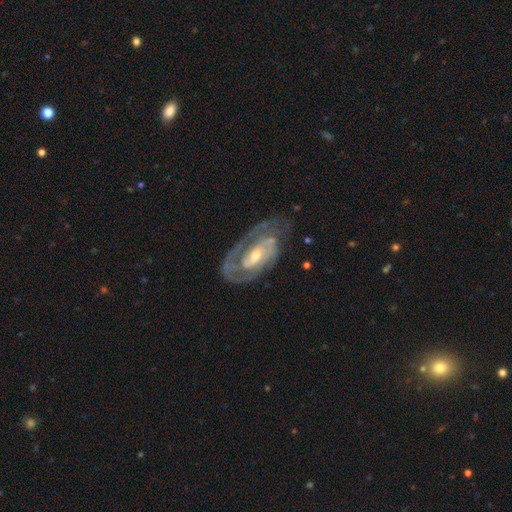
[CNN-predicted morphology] This appears to be a featured or disk galaxy (84%) with no bar (47%), 2 (43%) tight (55%) spiral arms (89%) and a moderate central bulge (49%). Merging: none (56%).